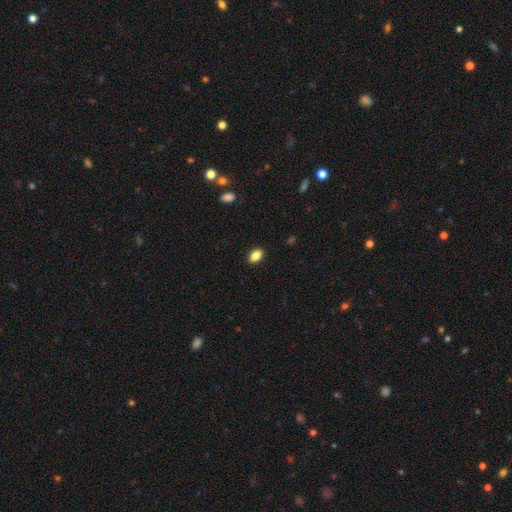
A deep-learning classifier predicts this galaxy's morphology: Overall: smooth (86%). How rounded: in between (89%). Merging: none (90%).